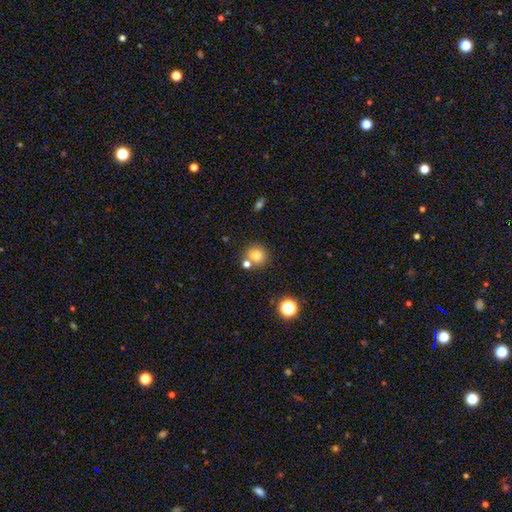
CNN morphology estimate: Smooth or featured: smooth — 78% (star or artifact — 13%)
How rounded: round — 91% (in between — 8%)
Merging: none — 70% (merger — 19%)